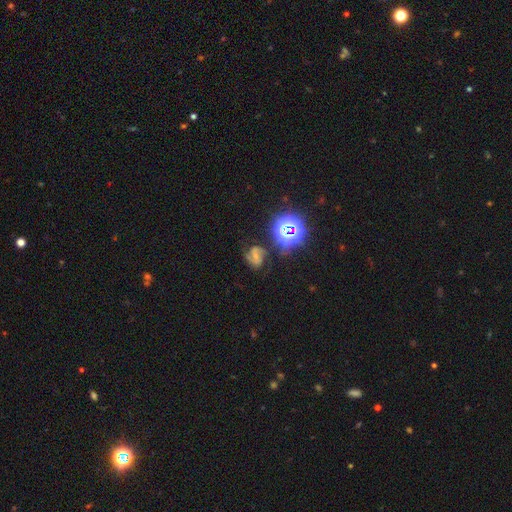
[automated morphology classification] Overall: featured or disk (63%). Edge-on disk: no (97%). Bar: weak (39%; no 38%). Spiral arms: yes (92%). Spiral arm count: 2 (78%). Spiral winding: medium (51%; tight 27%). Bulge size: small (57%; moderate 31%). Merging: none (63%).